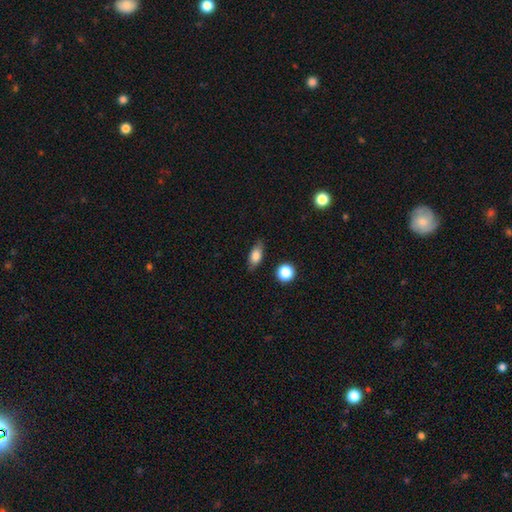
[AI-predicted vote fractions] This is likely a smooth galaxy (76%). How rounded: likely in between (76%). Merging: likely none (80%).